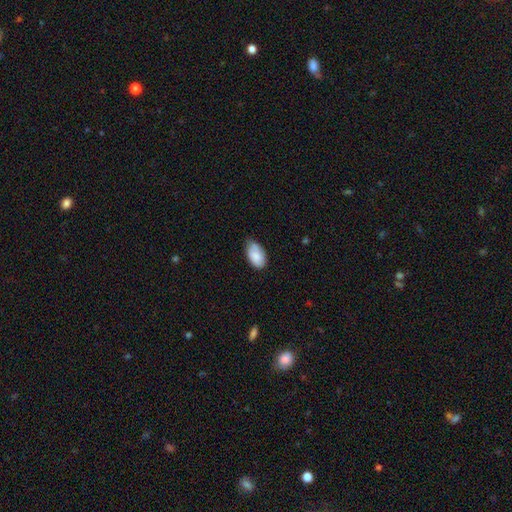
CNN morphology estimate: This appears to be a smooth galaxy with no disk features (82%) that is in between round and cigar-shaped (94%). Merging: none (63%).